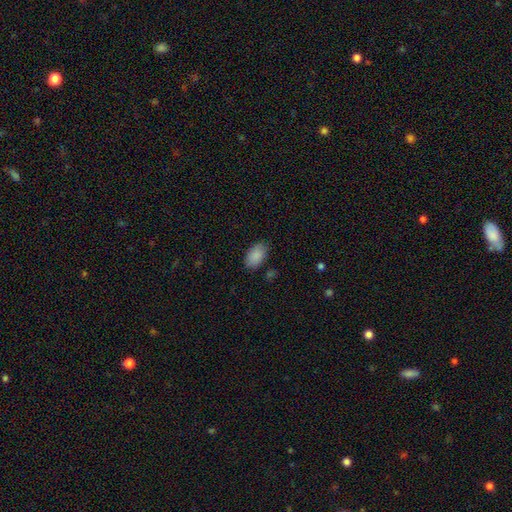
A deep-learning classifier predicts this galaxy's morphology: This is clearly a smooth galaxy (89%). How rounded: clearly in between (93%). Merging: clearly none (82%).